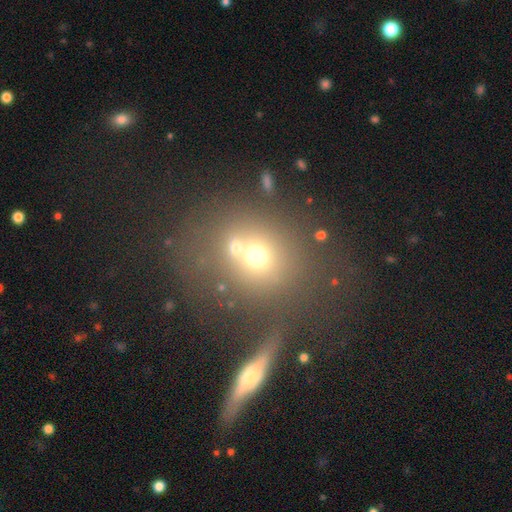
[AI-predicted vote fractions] This appears to be a smooth galaxy with no disk features (61%) that is round (74%). Merging: none (43%).